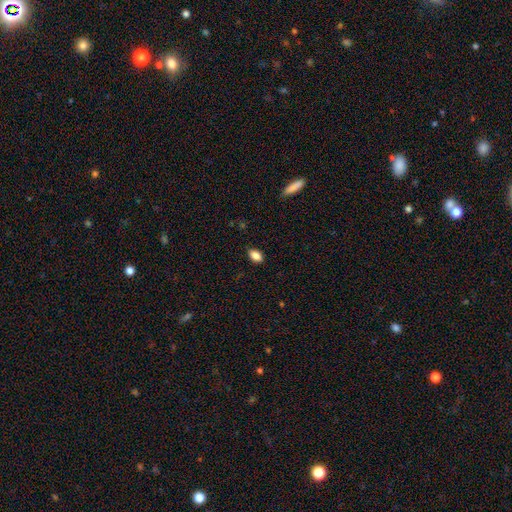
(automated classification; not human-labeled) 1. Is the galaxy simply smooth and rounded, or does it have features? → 86% smooth, 9% star or artifact, 5% featured or disk.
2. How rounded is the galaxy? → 88% in between, 9% round, 3% cigar-shaped.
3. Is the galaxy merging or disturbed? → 84% none, 13% minor disturbance, 2% major disturbance, 1% merger.